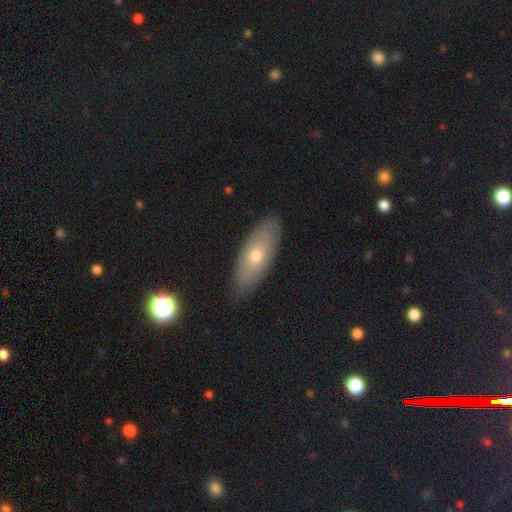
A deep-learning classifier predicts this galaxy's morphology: Overall: smooth (53%; featured or disk 39%). How rounded: in between (70%). Merging: none (87%).